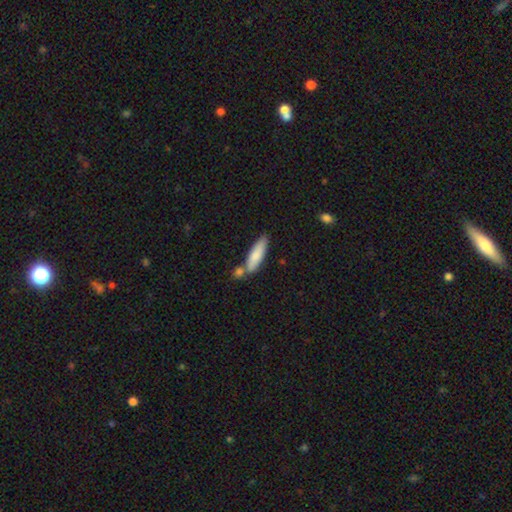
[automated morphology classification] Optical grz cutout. It shows a smooth galaxy with no disk features (79%) that is cigar-shaped (61%). Merging: none (60%).